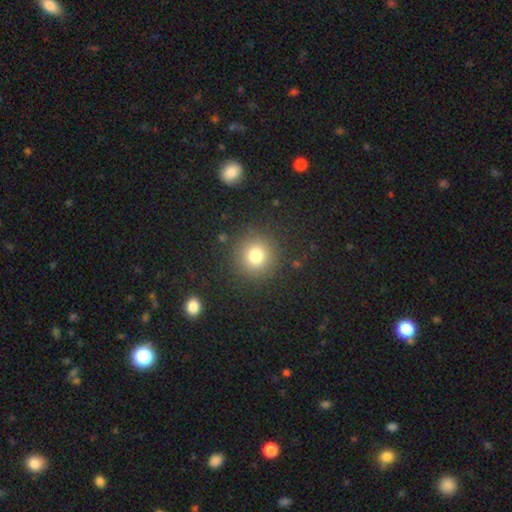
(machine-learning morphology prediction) Q: Smooth or featured?
A: smooth (78%); runner-up: star or artifact (14%)
Q: How rounded?
A: round (93%); runner-up: in between (6%)
Q: Merging?
A: none (88%); runner-up: minor disturbance (7%)